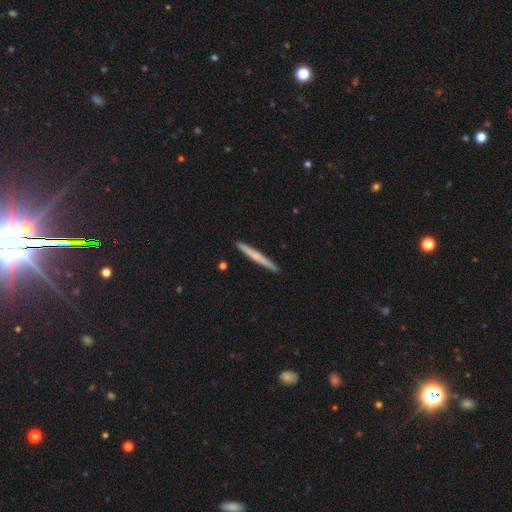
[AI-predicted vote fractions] A smooth galaxy with no disk features (49%).

Vote fractions:
- Smooth or featured? smooth: 49% / featured or disk: 46% / star or artifact: 6%
- Merging? none: 92% / minor disturbance: 6% / merger: 1% / major disturbance: 1%